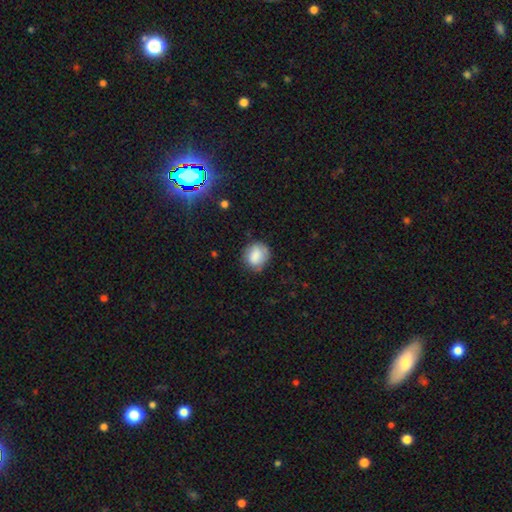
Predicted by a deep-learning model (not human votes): Smooth or featured? smooth (82%)
How rounded? round (70%)
Merging? none (70%)